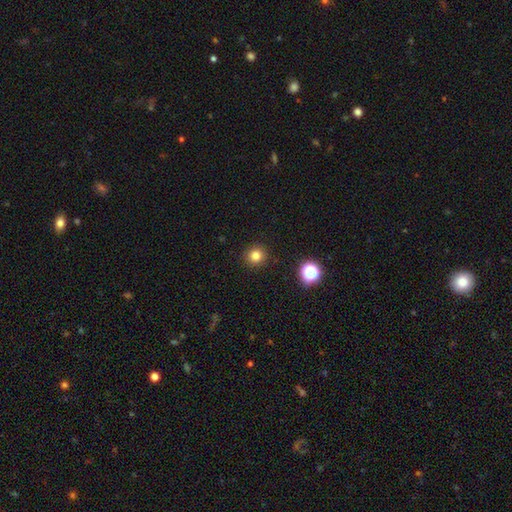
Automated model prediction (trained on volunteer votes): Smooth or featured: smooth — 80% (star or artifact — 14%)
How rounded: round — 94% (in between — 5%)
Merging: none — 92% (minor disturbance — 5%)